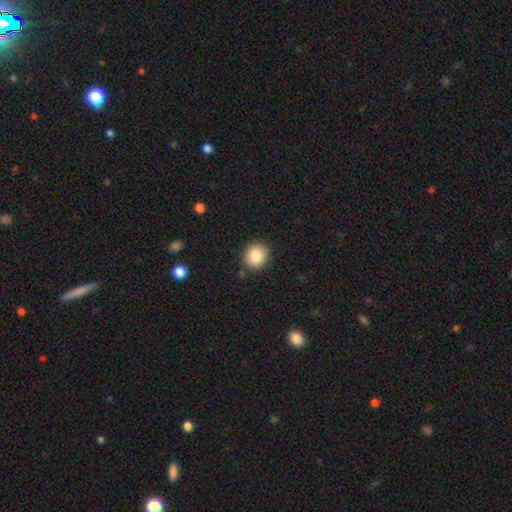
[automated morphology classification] smooth-or-featured: smooth: 86% | star or artifact: 9% | featured or disk: 5%
  how-rounded: round: 86% | in between: 13% | cigar-shaped: 1%
  merging: none: 88% | minor disturbance: 8% | major disturbance: 2% | merger: 2%